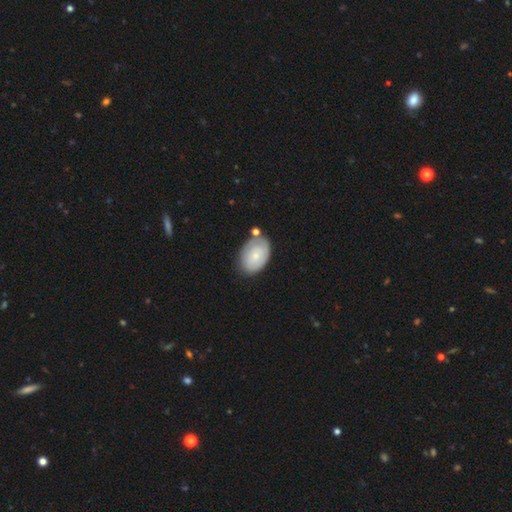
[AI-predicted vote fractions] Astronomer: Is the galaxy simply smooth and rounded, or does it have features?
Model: smooth — 67%.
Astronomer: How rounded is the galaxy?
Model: in between — 89%.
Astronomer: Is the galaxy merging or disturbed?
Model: none — 67%.